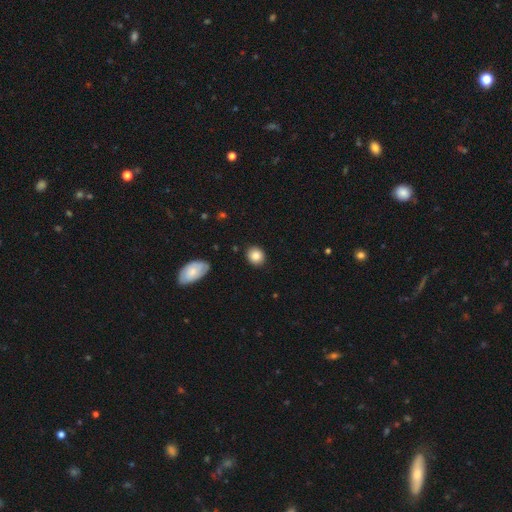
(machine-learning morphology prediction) smooth-or-featured: smooth: 85% | star or artifact: 9% | featured or disk: 7%
  how-rounded: round: 68% | in between: 31% | cigar-shaped: 1%
  merging: none: 88% | minor disturbance: 8% | major disturbance: 2% | merger: 2%